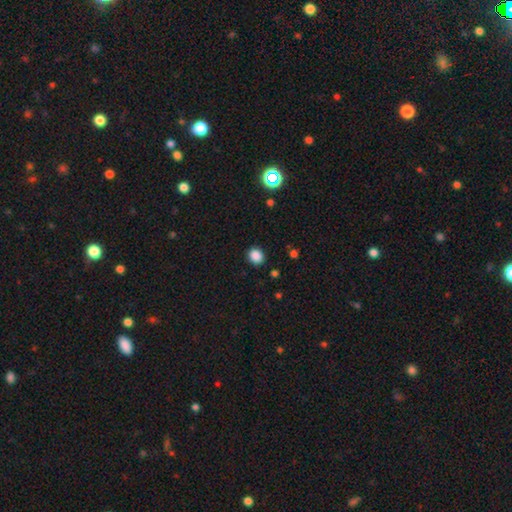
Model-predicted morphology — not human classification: This is clearly a smooth galaxy (86%). How rounded: likely round (68%). Merging: clearly none (89%).